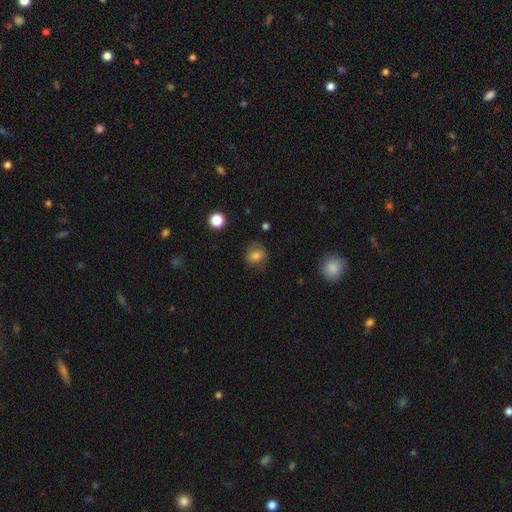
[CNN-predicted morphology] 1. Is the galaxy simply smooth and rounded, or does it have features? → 74% smooth, 15% featured or disk, 11% star or artifact.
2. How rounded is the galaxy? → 54% round, 45% in between, 1% cigar-shaped.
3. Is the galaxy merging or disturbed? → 70% none, 19% minor disturbance, 9% major disturbance, 2% merger.